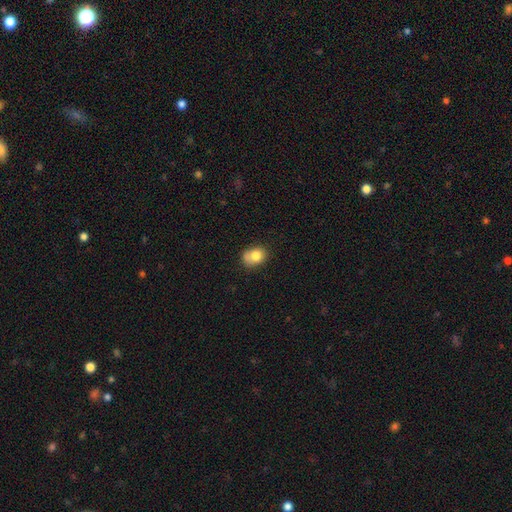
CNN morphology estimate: This is likely a smooth galaxy (78%). How rounded: possibly in between (54%). Merging: possibly none (50%).